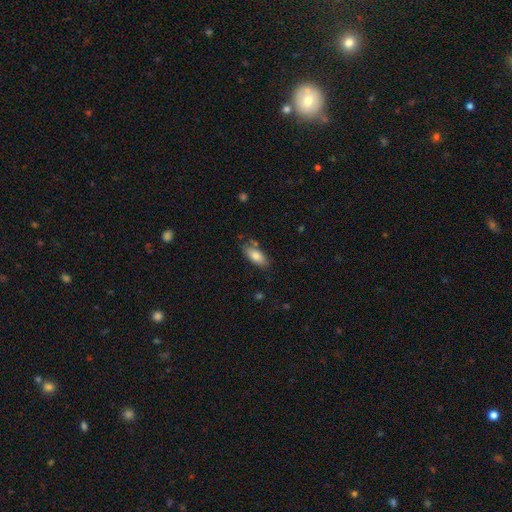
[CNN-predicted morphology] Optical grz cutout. It shows a smooth galaxy with no disk features (80%) that is in between round and cigar-shaped (84%). Merging: none (73%).